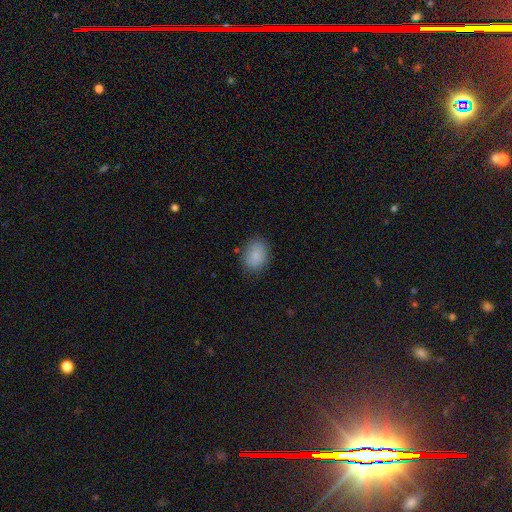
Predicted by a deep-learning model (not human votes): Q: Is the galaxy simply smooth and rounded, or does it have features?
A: smooth — 86%.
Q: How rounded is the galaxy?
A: in between — 62%.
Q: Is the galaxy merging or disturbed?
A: none — 81%.